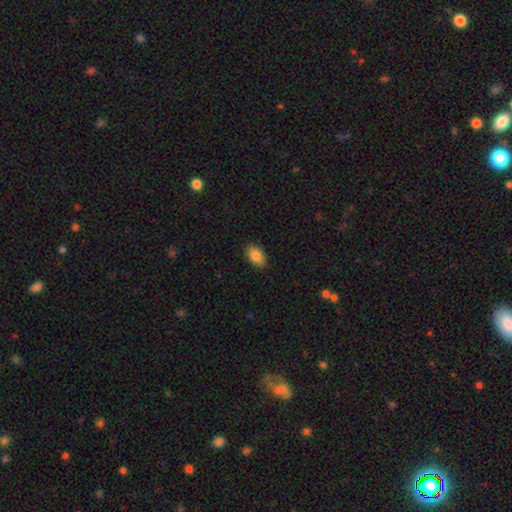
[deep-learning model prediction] Overall: smooth (87%). How rounded: in between (90%). Merging: none (88%).